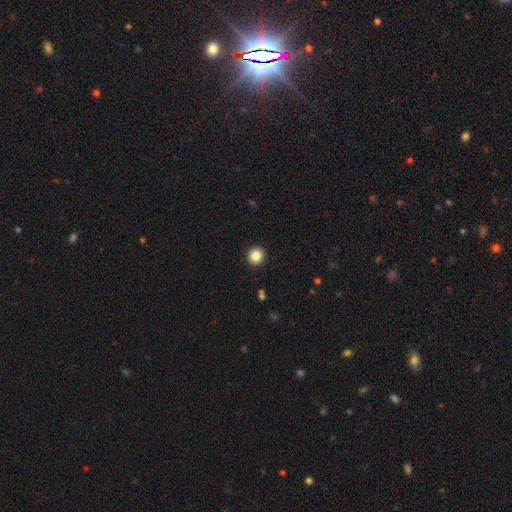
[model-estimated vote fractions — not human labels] Smooth or featured: smooth — 86% (star or artifact — 10%)
How rounded: round — 90% (in between — 9%)
Merging: none — 92% (minor disturbance — 5%)